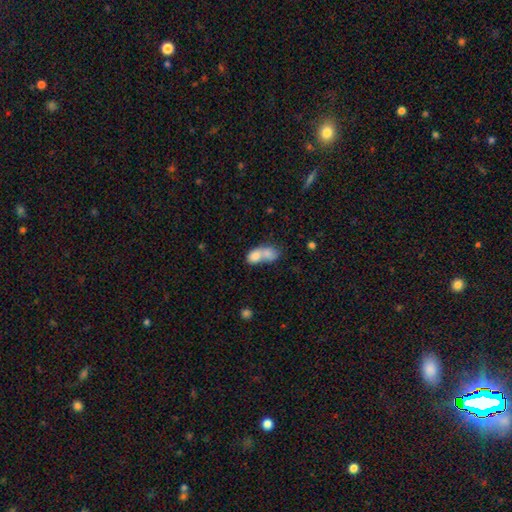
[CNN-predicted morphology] type=smooth (77%); roundness=in between (74%); merging=merger (77%).